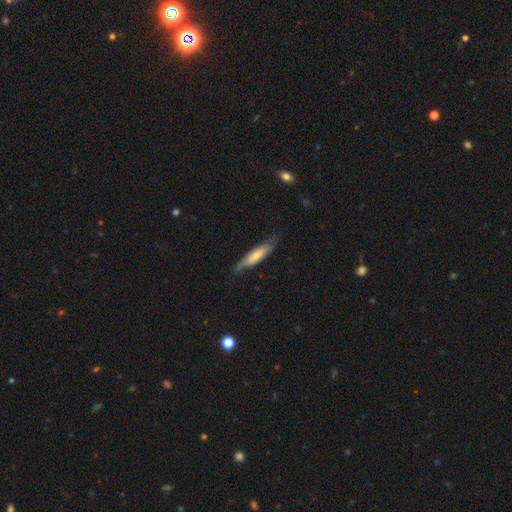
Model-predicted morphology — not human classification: This is possibly a smooth galaxy (58%). How rounded: likely cigar-shaped (72%). Merging: likely none (71%).